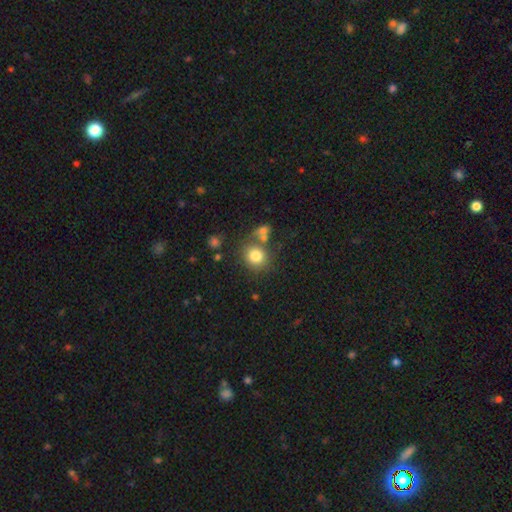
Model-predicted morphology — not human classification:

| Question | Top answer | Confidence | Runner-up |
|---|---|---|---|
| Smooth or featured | smooth | 80% | star or artifact (11%) |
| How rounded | round | 84% | in between (15%) |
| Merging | none | 65% | merger (18%) |